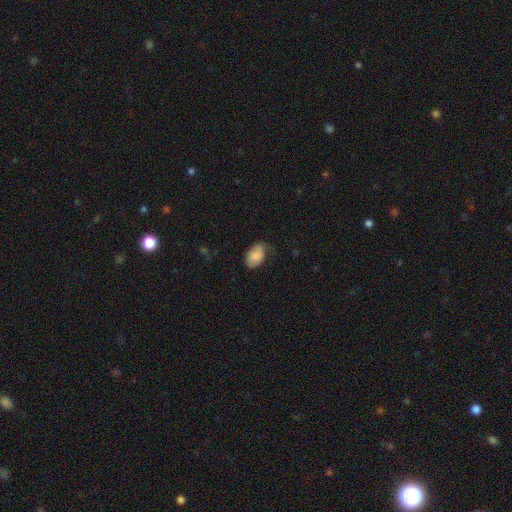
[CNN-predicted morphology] type=smooth (81%); roundness=in between (88%); merging=none (58%).